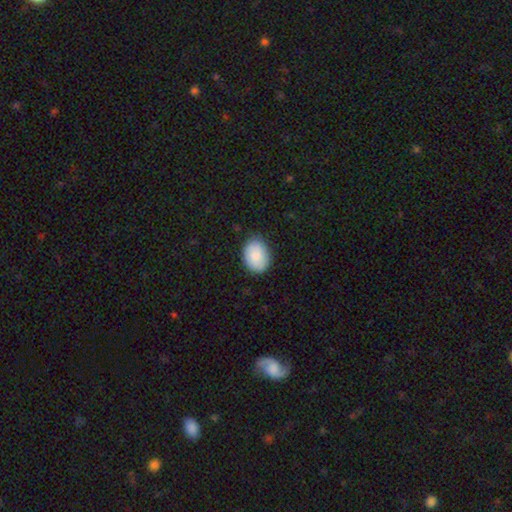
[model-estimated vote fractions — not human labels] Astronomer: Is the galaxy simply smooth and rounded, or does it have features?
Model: smooth — 84%.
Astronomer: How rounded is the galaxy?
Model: in between — 74%.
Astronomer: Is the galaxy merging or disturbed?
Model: none — 84%.